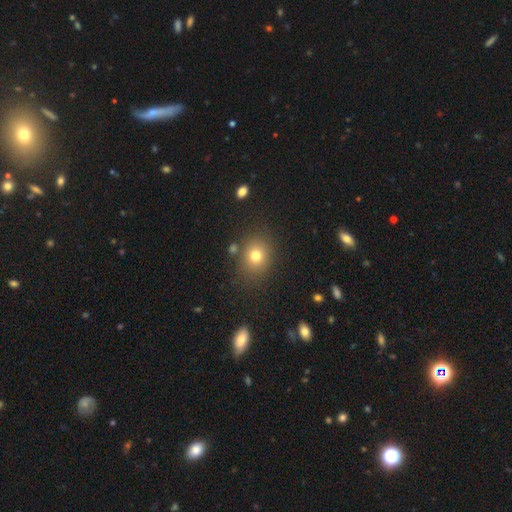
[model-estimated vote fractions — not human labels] smooth 75%, star or artifact 14%, featured or disk 10%. Down the decision tree: how rounded — round (61%); merging — none (80%).